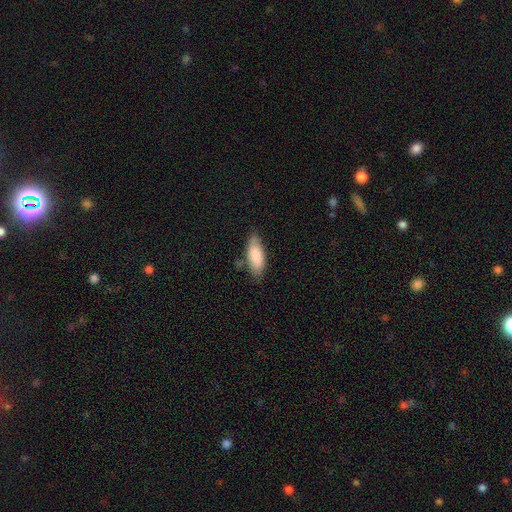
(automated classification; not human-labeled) Smooth or featured: smooth — 85% (featured or disk — 9%)
How rounded: in between — 75% (cigar-shaped — 23%)
Merging: none — 75% (minor disturbance — 18%)